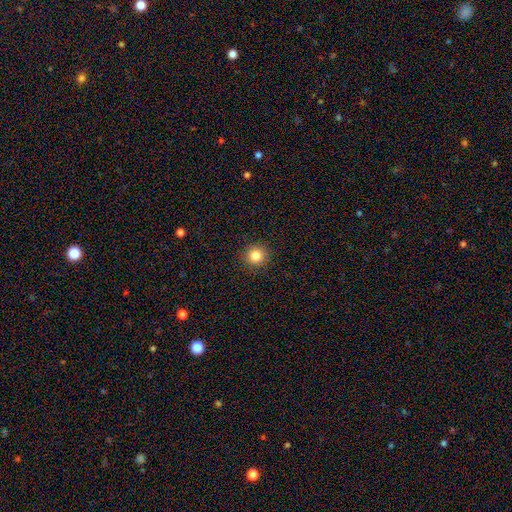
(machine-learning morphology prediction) Smooth or featured? smooth (84%)
How rounded? round (94%)
Merging? none (92%)